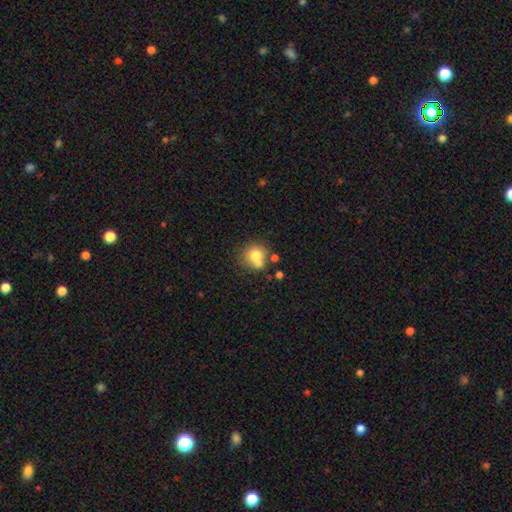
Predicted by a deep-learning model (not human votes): Smooth or featured? smooth (73%)
How rounded? round (80%)
Merging? none (47%)